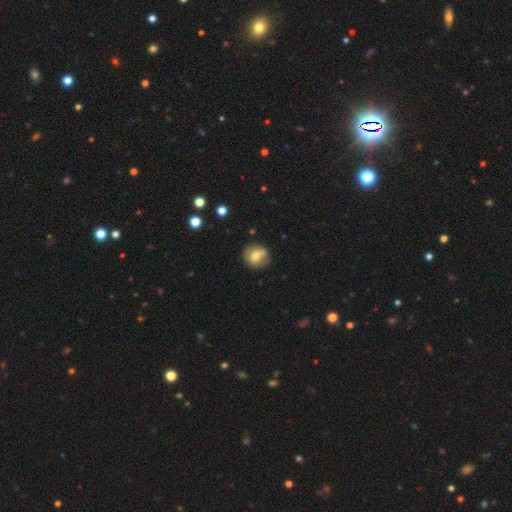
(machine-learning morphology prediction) smooth 61%, featured or disk 30%, star or artifact 9%. Down the decision tree: how rounded — round (85%); merging — none (71%).